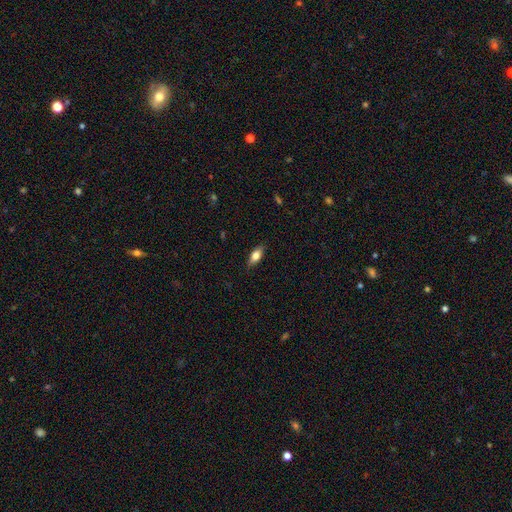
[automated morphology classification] A smooth galaxy with no disk features (72%) that is in between round and cigar-shaped (79%).

Vote fractions:
- Smooth or featured? smooth: 72% / featured or disk: 21% / star or artifact: 7%
- How rounded? in between: 79% / cigar-shaped: 17% / round: 4%
- Merging? none: 84% / minor disturbance: 12% / major disturbance: 3% / merger: 1%